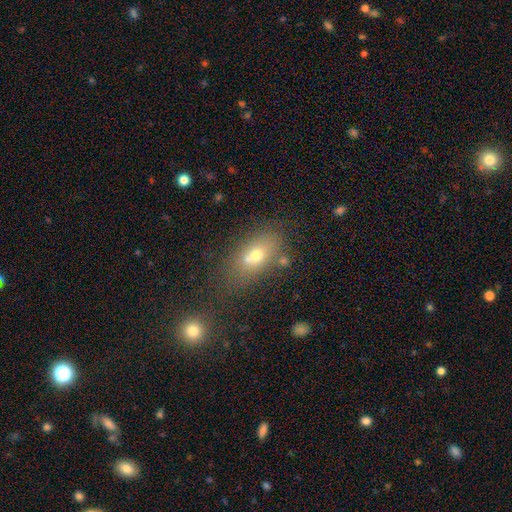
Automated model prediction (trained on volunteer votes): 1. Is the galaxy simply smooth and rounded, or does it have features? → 65% smooth, 22% featured or disk, 13% star or artifact.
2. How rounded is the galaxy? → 79% in between, 15% round, 6% cigar-shaped.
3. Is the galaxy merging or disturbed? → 54% none, 23% merger, 15% minor disturbance, 7% major disturbance.